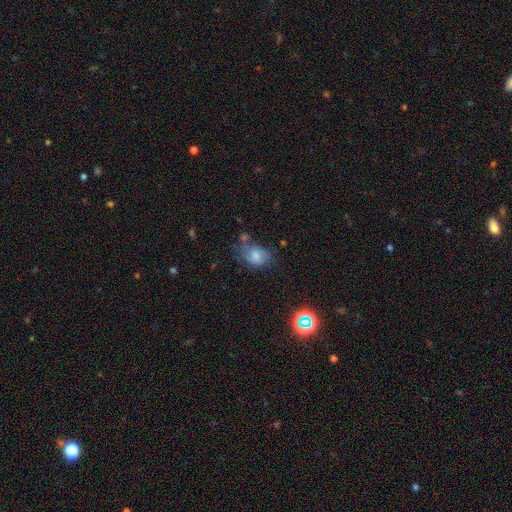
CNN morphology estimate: Overall: smooth (59%; featured or disk 29%). How rounded: in between (67%; round 32%). Merging: none (42%; minor disturbance 29%).